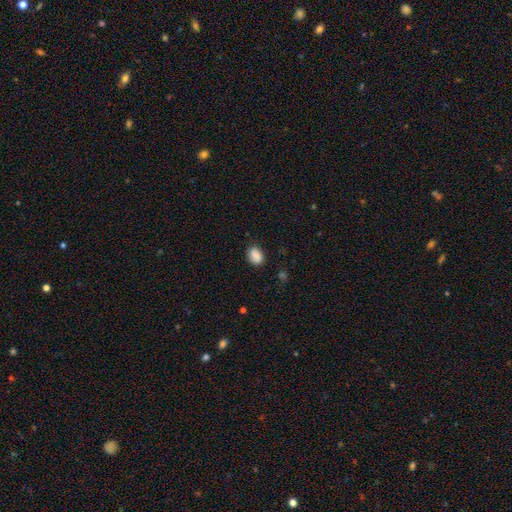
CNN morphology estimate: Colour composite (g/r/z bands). It shows a smooth galaxy with no disk features (84%) that is in between round and cigar-shaped (65%). Merging: none (77%).